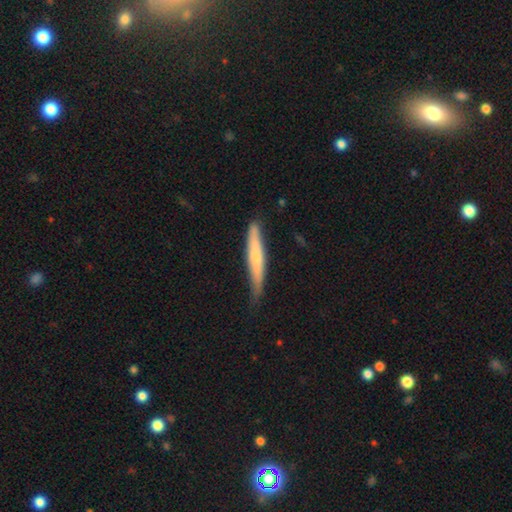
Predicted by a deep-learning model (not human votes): Smooth or featured? smooth (58%)
How rounded? cigar-shaped (93%)
Merging? none (68%)